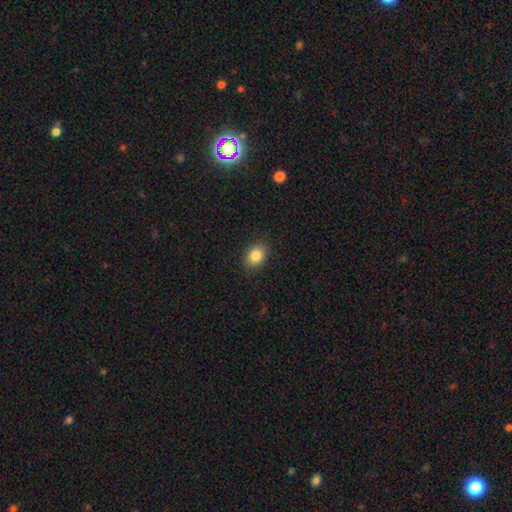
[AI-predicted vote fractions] smooth 85%, star or artifact 9%, featured or disk 6%. Down the decision tree: how rounded — in between (70%); merging — none (88%).